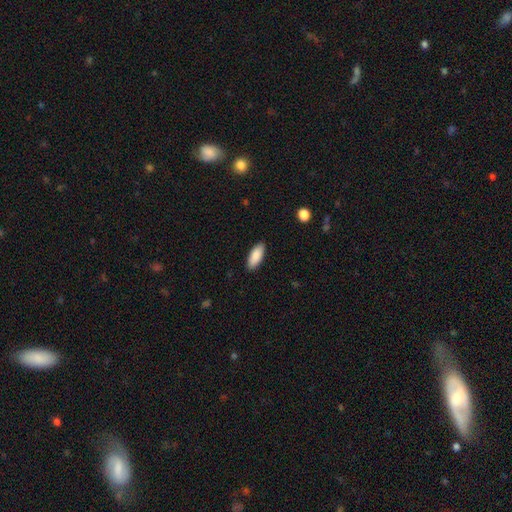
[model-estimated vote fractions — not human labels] smooth-or-featured: smooth: 89% | star or artifact: 6% | featured or disk: 6%
  how-rounded: in between: 78% | cigar-shaped: 21% | round: 2%
  merging: none: 89% | minor disturbance: 9% | major disturbance: 2% | merger: 1%